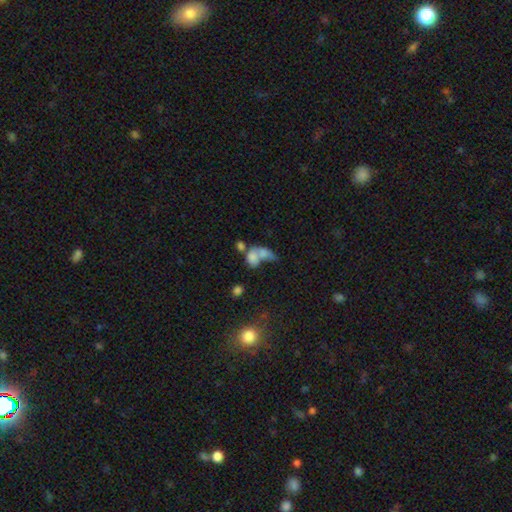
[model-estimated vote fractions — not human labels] A smooth galaxy with no disk features (63%) that is in between round and cigar-shaped (70%).

Vote fractions:
- Smooth or featured? smooth: 63% / featured or disk: 24% / star or artifact: 13%
- How rounded? in between: 70% / round: 27% / cigar-shaped: 3%
- Merging? merger: 62% / none: 15% / major disturbance: 14% / minor disturbance: 8%